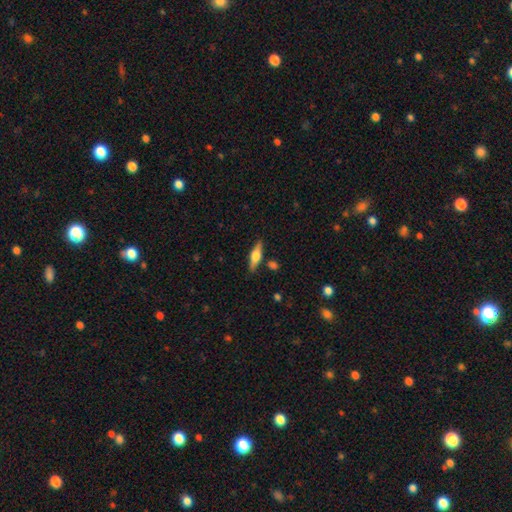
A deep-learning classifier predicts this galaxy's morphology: The model was most divided on "smooth or featured": featured or disk: 58%, smooth: 35%, star or artifact: 6%. More confident: edge-on disk — yes (95%); edge-on bulge — rounded (92%); merging — none (85%).